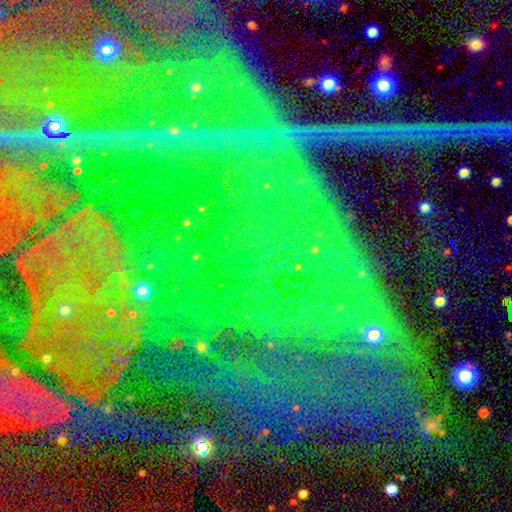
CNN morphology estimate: Smooth or featured: star or artifact — 81% (smooth — 10%)